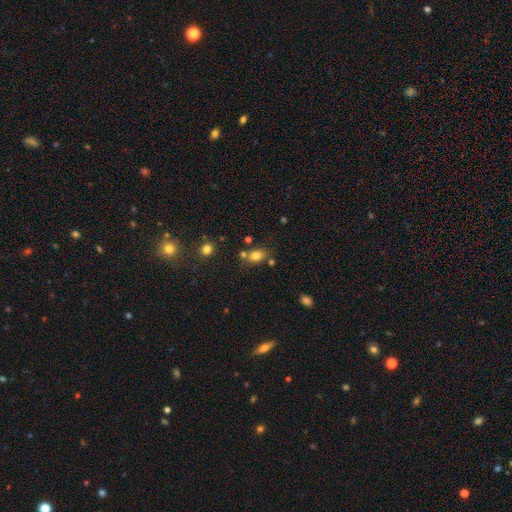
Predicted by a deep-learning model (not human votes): The model was most divided on "how rounded": in between: 66%, round: 32%, cigar-shaped: 1%. More confident: smooth or featured — smooth (78%); merging — none (65%).